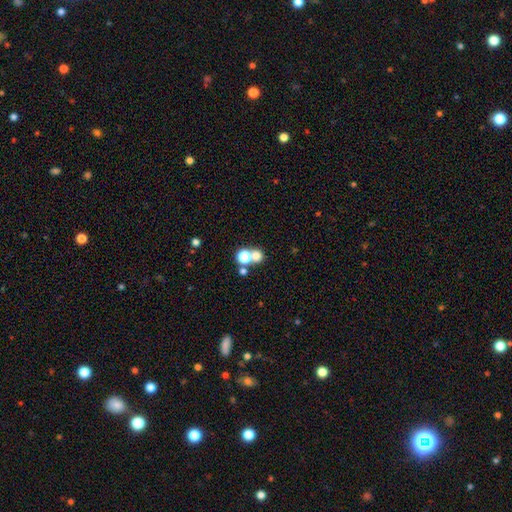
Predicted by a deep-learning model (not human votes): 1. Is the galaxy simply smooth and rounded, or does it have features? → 70% smooth, 19% star or artifact, 11% featured or disk.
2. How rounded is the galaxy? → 84% round, 15% in between, 1% cigar-shaped.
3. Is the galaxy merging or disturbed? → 47% none, 43% merger, 6% minor disturbance, 4% major disturbance.